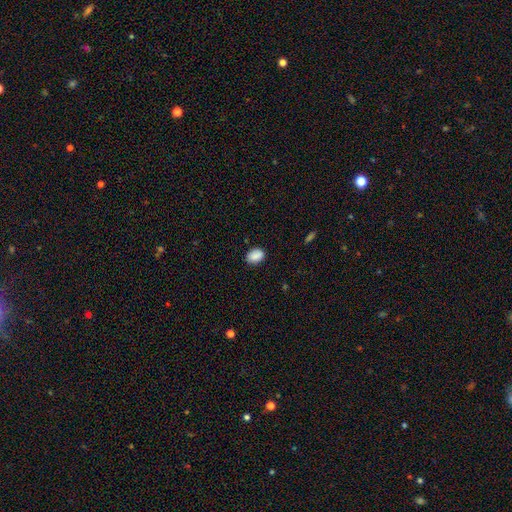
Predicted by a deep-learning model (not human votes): smooth 89%, star or artifact 8%, featured or disk 4%. Down the decision tree: how rounded — in between (77%); merging — none (85%).